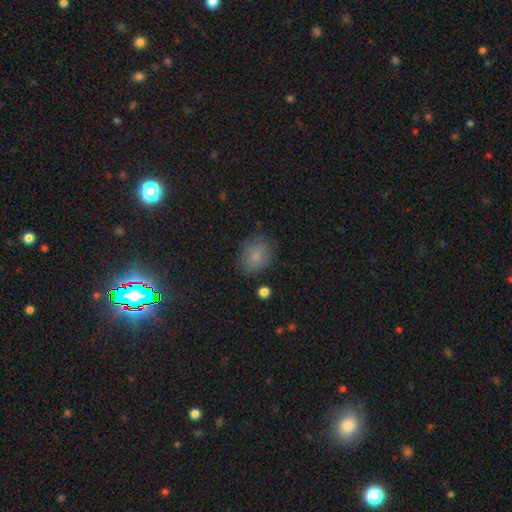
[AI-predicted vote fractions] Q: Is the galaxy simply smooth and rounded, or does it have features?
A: smooth — 80%.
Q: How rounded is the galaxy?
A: in between — 51%.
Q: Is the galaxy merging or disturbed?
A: none — 75%.